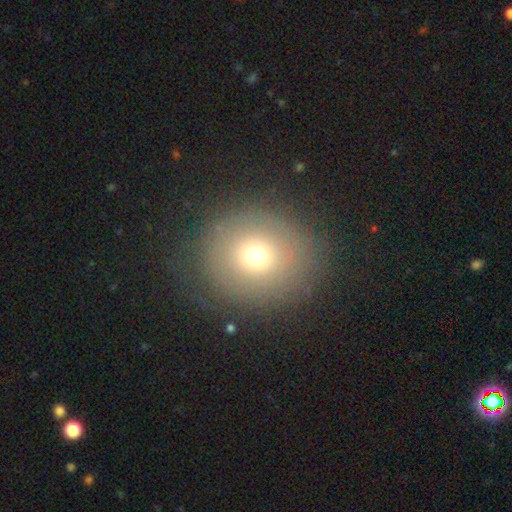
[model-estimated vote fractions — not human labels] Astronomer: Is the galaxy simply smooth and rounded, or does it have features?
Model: smooth — 69%.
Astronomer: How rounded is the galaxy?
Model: round — 82%.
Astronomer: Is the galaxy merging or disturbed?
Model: none — 82%.